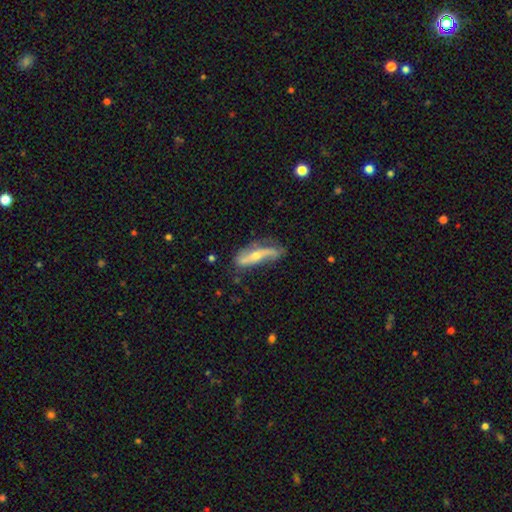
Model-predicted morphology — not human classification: Smooth or featured: featured or disk — 70% (smooth — 24%)
Edge-on disk: no — 69% (yes — 31%)
Merging: none — 56% (minor disturbance — 28%)